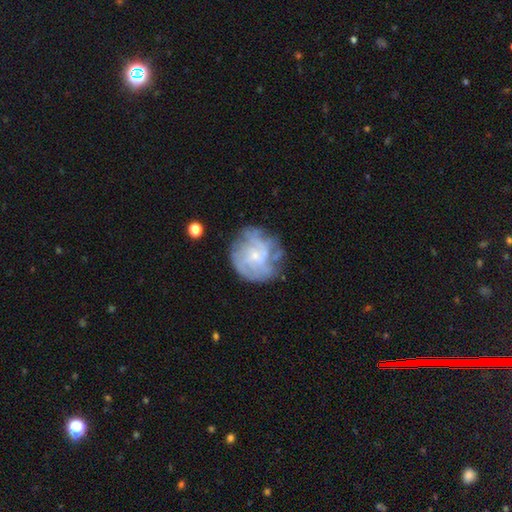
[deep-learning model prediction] Smooth or featured?
  - featured or disk: 76% *
  - smooth: 16%
  - star or artifact: 8%
Edge-on disk?
  - no: 98% *
  - yes: 2%
Bar?
  - no: 69% *
  - weak: 27%
  - strong: 4%
Spiral arms?
  - yes: 85% *
  - no: 15%
Spiral winding?
  - tight: 53% *
  - medium: 34%
  - loose: 13%
Spiral arm count?
  - can't tell: 43% *
  - 4: 18%
  - 3: 15%
  - 2: 10%
  - more than 4: 8%
  - 1: 5%
Bulge size?
  - small: 74% *
  - moderate: 17%
  - none: 7%
  - large: 1%
  - dominant: 1%
Merging?
  - none: 64% *
  - minor disturbance: 21%
  - major disturbance: 12%
  - merger: 3%